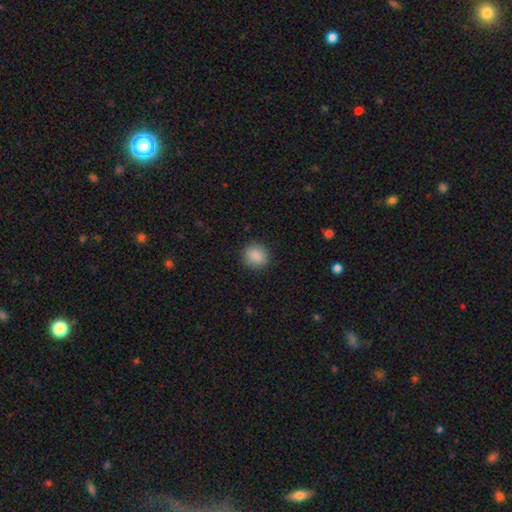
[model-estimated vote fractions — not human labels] Smooth or featured?
  - smooth: 89% *
  - star or artifact: 8%
  - featured or disk: 3%
How rounded?
  - round: 79% *
  - in between: 20%
  - cigar-shaped: 1%
Merging?
  - none: 88% *
  - minor disturbance: 8%
  - major disturbance: 2%
  - merger: 1%